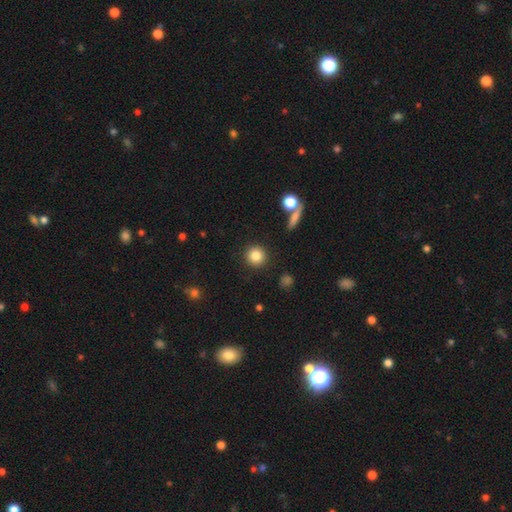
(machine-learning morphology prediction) Q: Smooth or featured?
A: smooth (84%); runner-up: star or artifact (10%)
Q: How rounded?
A: round (93%); runner-up: in between (6%)
Q: Merging?
A: none (89%); runner-up: minor disturbance (6%)